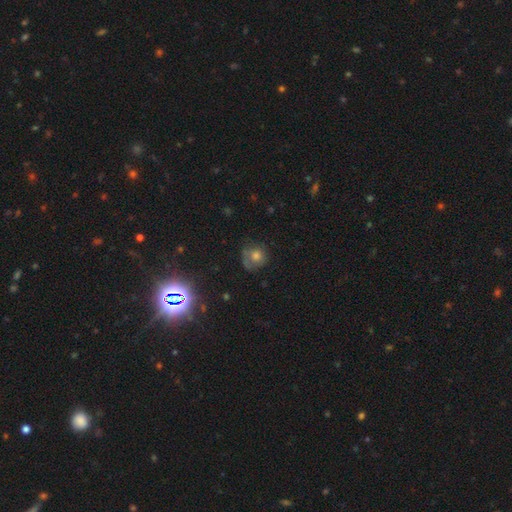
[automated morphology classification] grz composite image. It shows a smooth galaxy with no disk features (55%) that is round (80%). Merging: none (56%).